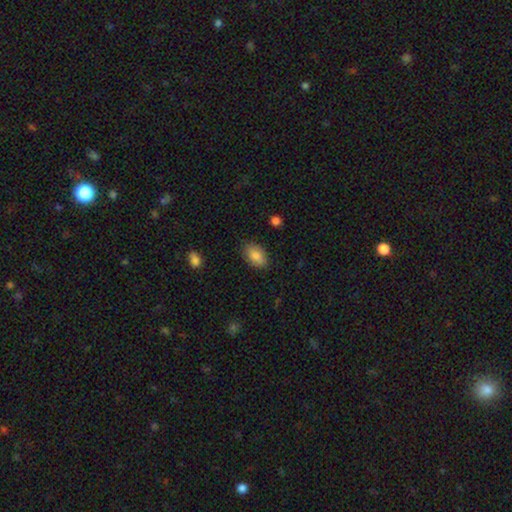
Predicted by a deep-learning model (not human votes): Q: Smooth or featured?
A: smooth (84%); runner-up: featured or disk (9%)
Q: How rounded?
A: in between (90%); runner-up: round (8%)
Q: Merging?
A: none (83%); runner-up: minor disturbance (13%)